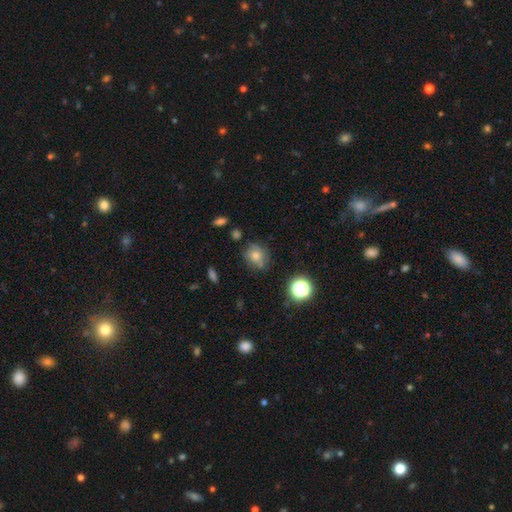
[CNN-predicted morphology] Smooth or featured?
  - smooth: 61% *
  - featured or disk: 20%
  - star or artifact: 19%
How rounded?
  - round: 76% *
  - in between: 23%
  - cigar-shaped: 1%
Merging?
  - none: 69% *
  - minor disturbance: 19%
  - major disturbance: 6%
  - merger: 5%